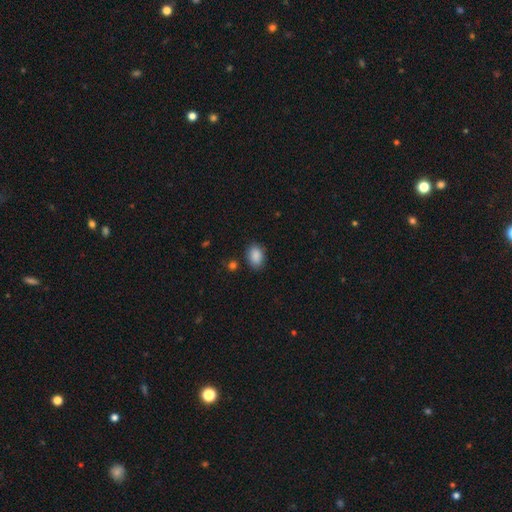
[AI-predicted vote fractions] smooth 89%, star or artifact 8%, featured or disk 4%. Down the decision tree: how rounded — in between (81%); merging — none (82%).